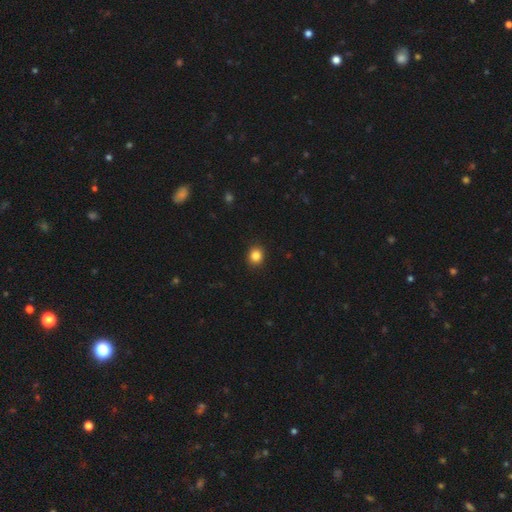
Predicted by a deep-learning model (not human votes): Smooth or featured? smooth (85%)
How rounded? round (82%)
Merging? none (92%)